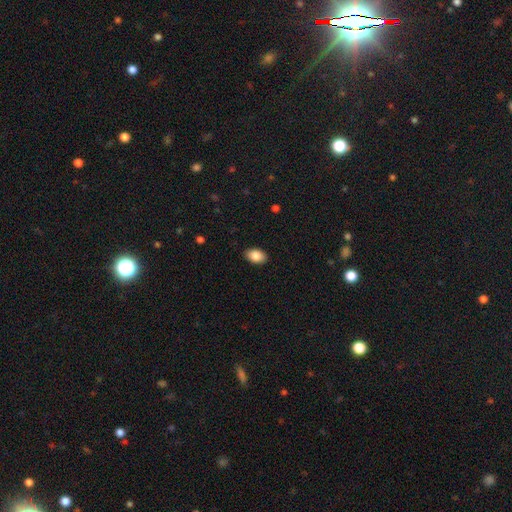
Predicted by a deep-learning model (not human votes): A smooth galaxy with no disk features (87%) that is in between round and cigar-shaped (89%). Merging: none (89%).